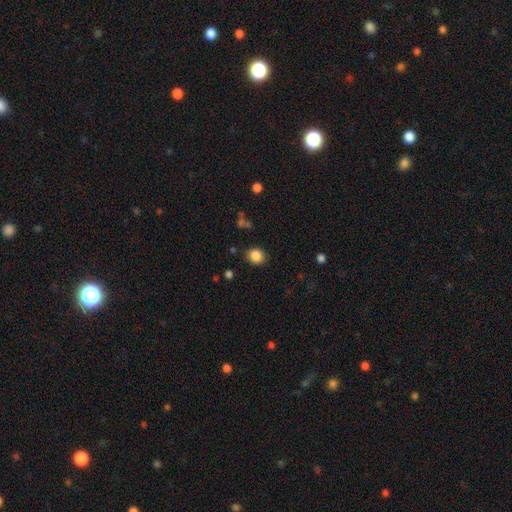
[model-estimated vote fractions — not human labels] The model was most divided on "how rounded": round: 69%, in between: 30%, cigar-shaped: 1%. More confident: merging — none (86%); smooth or featured — smooth (86%).